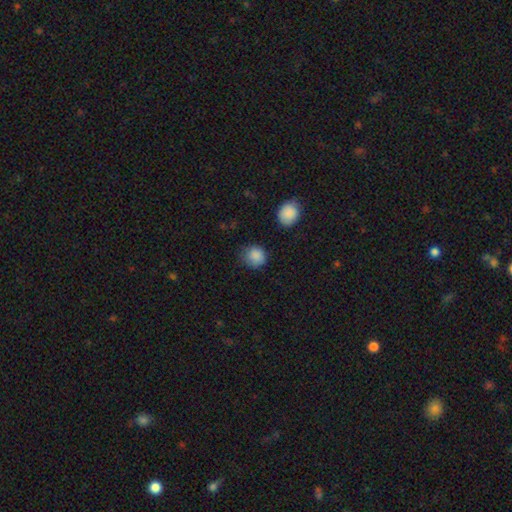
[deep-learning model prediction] This appears to be a smooth galaxy with no disk features (87%) that is round (83%). Merging: none (72%).